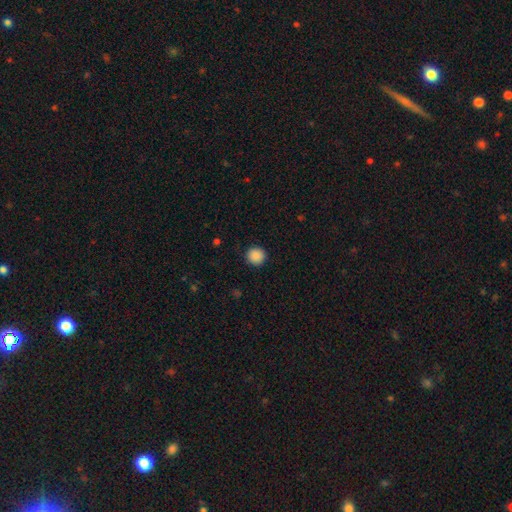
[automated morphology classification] smooth 89%, star or artifact 9%, featured or disk 2%. Down the decision tree: how rounded — round (93%); merging — none (91%).